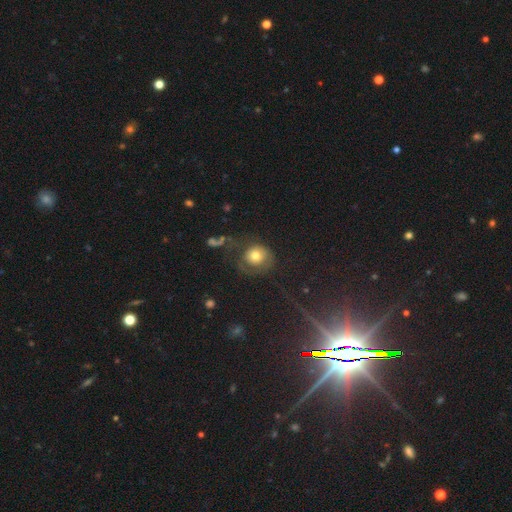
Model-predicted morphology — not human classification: This is likely a smooth galaxy (66%). How rounded: clearly round (82%). Merging: marginally none (44%).